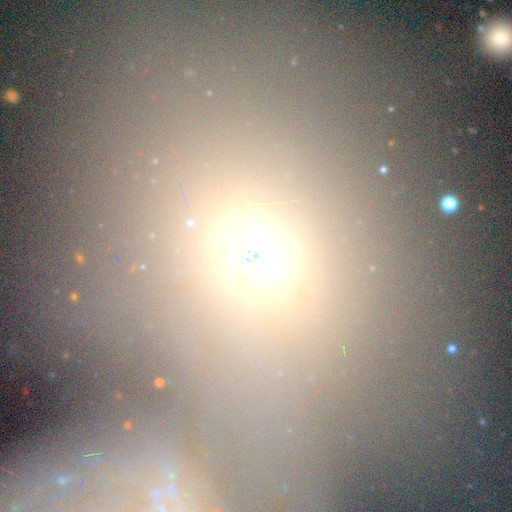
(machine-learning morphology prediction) Smooth or featured?
  - smooth: 65% *
  - star or artifact: 20%
  - featured or disk: 14%
How rounded?
  - round: 53% *
  - in between: 43%
  - cigar-shaped: 3%
Merging?
  - none: 45% *
  - merger: 36%
  - minor disturbance: 11%
  - major disturbance: 8%